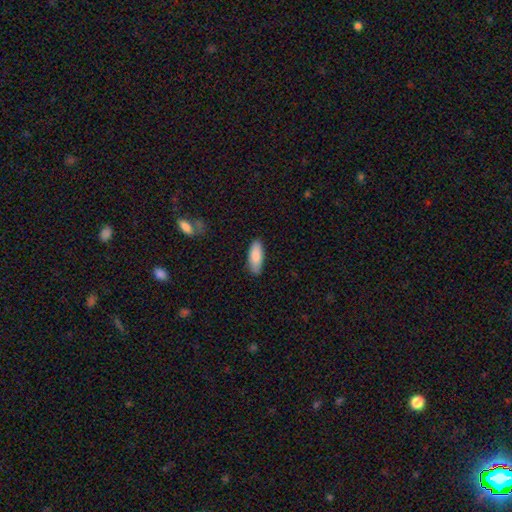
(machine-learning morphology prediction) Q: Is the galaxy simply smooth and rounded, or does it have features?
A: smooth — 87%.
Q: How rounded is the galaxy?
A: in between — 74%.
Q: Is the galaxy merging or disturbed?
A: none — 84%.